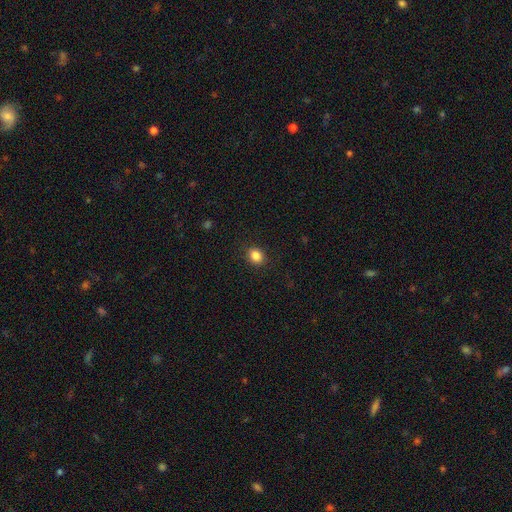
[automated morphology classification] A smooth galaxy with no disk features (85%) that is round (62%).

Vote fractions:
- Smooth or featured? smooth: 85% / star or artifact: 10% / featured or disk: 4%
- How rounded? round: 62% / in between: 37% / cigar-shaped: 1%
- Merging? none: 89% / minor disturbance: 7% / major disturbance: 2% / merger: 1%